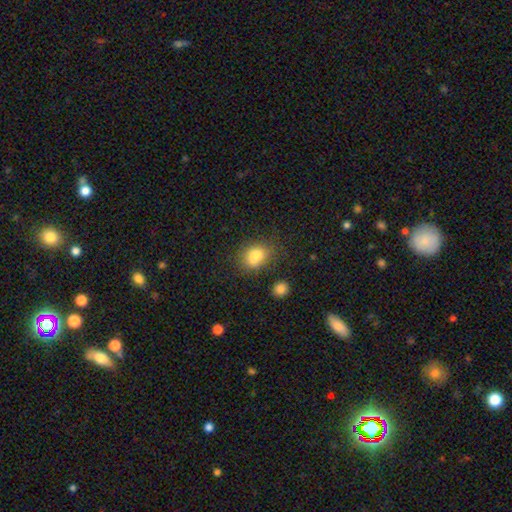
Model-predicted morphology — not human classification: A smooth galaxy with no disk features (79%) that is in between round and cigar-shaped (54%). Merging: none (62%).